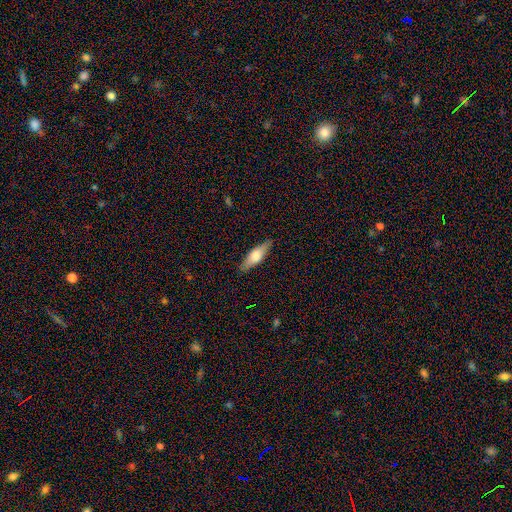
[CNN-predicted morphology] smooth-or-featured: smooth: 58% | featured or disk: 36% | star or artifact: 6%
  how-rounded: cigar-shaped: 49% | in between: 48% | round: 2%
  merging: none: 87% | minor disturbance: 10% | major disturbance: 2% | merger: 1%